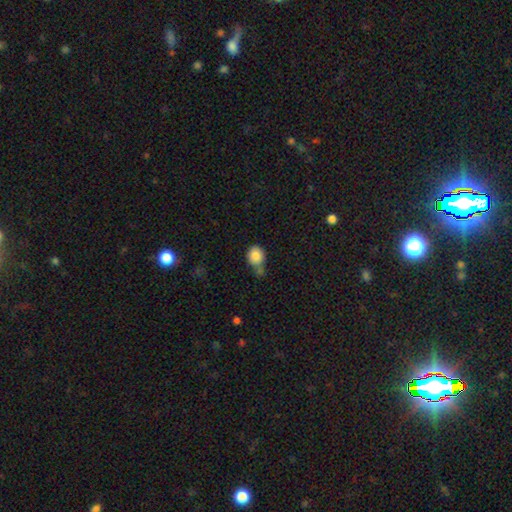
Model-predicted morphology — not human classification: Smooth or featured?
  - smooth: 84% *
  - star or artifact: 9%
  - featured or disk: 6%
How rounded?
  - round: 71% *
  - in between: 28%
  - cigar-shaped: 1%
Merging?
  - none: 47% *
  - merger: 24%
  - minor disturbance: 22%
  - major disturbance: 6%